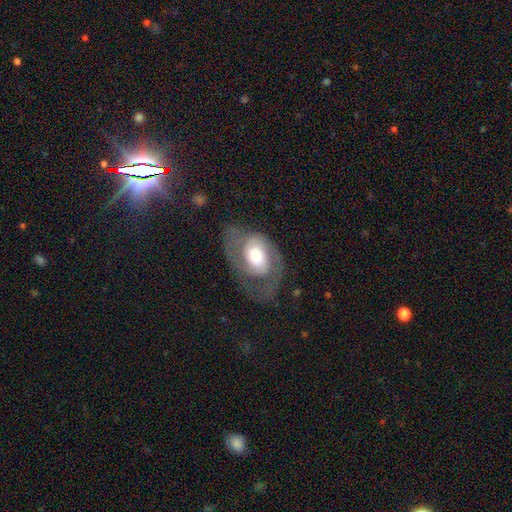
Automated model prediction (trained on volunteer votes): featured or disk 65%, smooth 28%, star or artifact 6%. Down the decision tree: edge-on disk — no (96%); bar — no (66%); spiral arms — yes (77%); bulge size — moderate (47%); merging — none (50%).